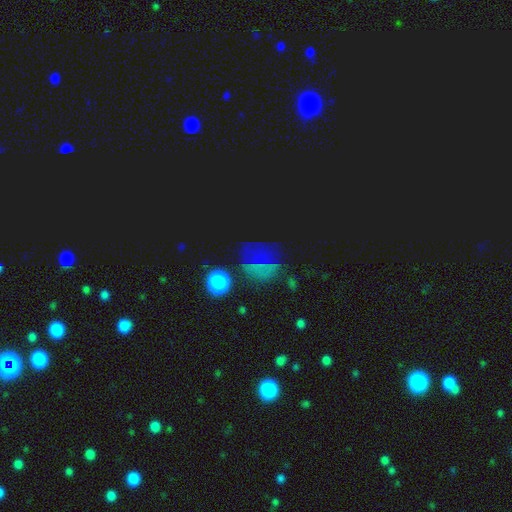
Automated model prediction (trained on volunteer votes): Smooth or featured: star or artifact — 59% (smooth — 28%)